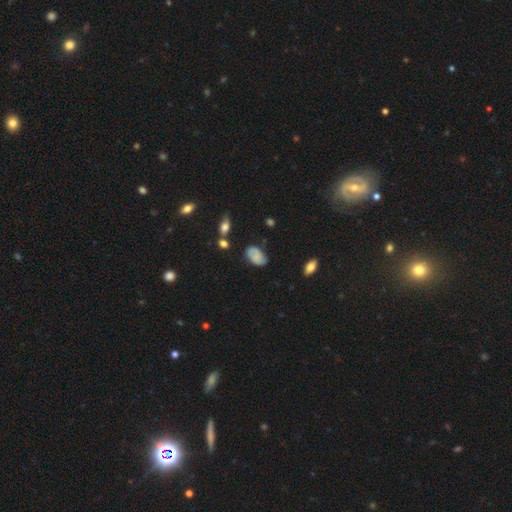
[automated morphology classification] Overall: smooth (66%). How rounded: in between (91%). Merging: none (66%).